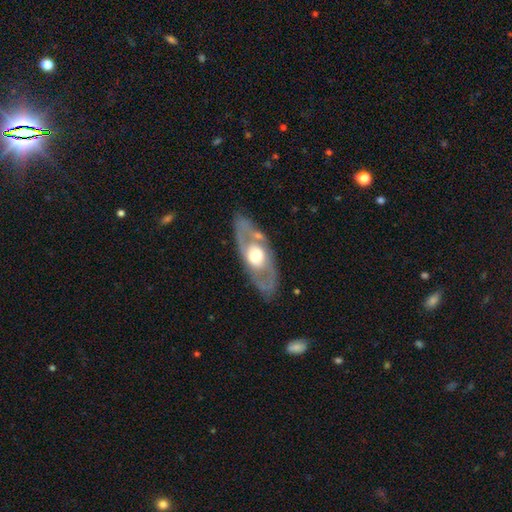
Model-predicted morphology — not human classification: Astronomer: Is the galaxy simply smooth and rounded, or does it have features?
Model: featured or disk — 71%.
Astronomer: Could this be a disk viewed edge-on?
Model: no — 84%.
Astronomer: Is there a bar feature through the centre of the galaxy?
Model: no — 79%.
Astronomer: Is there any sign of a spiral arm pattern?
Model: no — 54% (runner-up: yes, 46%).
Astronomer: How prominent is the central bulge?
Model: moderate — 55% (runner-up: large, 34%).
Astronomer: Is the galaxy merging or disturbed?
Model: none — 76%.